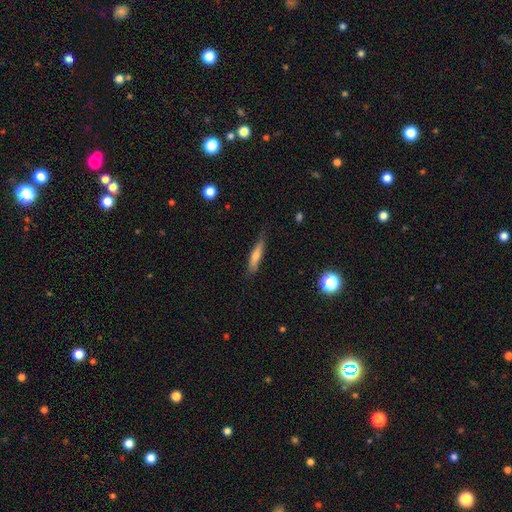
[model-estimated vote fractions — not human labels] Q: Smooth or featured?
A: smooth (57%); runner-up: featured or disk (35%)
Q: How rounded?
A: cigar-shaped (87%); runner-up: in between (10%)
Q: Merging?
A: none (83%); runner-up: minor disturbance (13%)